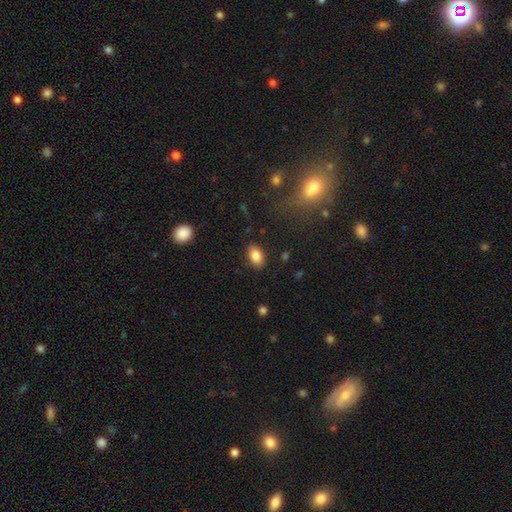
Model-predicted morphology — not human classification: smooth-or-featured: smooth: 84% | star or artifact: 8% | featured or disk: 7%
  how-rounded: in between: 88% | round: 11% | cigar-shaped: 1%
  merging: none: 87% | minor disturbance: 9% | major disturbance: 3% | merger: 1%